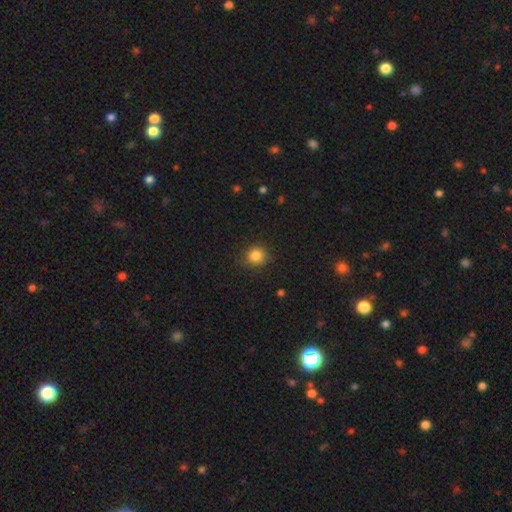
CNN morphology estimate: Smooth or featured? Predicted: smooth (p=0.84). How rounded? Predicted: round (p=0.86). Merging? Predicted: none (p=0.85).